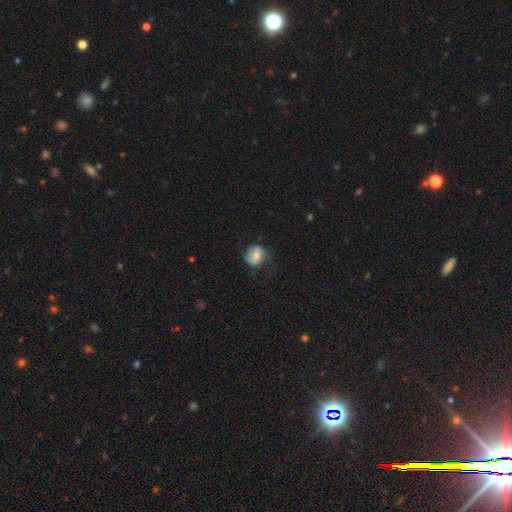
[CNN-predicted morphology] Smooth or featured?
  - smooth: 54% *
  - featured or disk: 38%
  - star or artifact: 8%
How rounded?
  - round: 65% *
  - in between: 34%
  - cigar-shaped: 1%
Merging?
  - none: 60% *
  - minor disturbance: 25%
  - major disturbance: 13%
  - merger: 2%